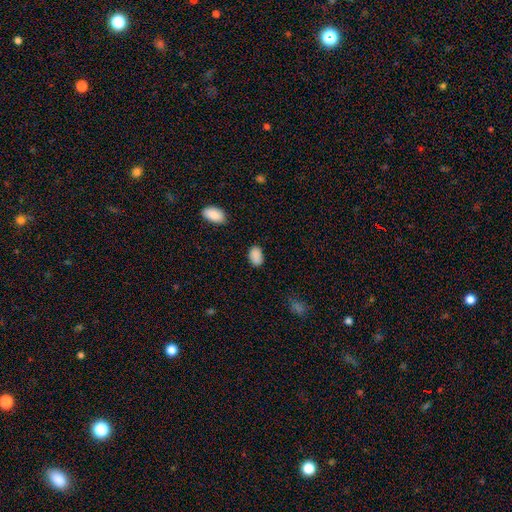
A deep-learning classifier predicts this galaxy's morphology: Smooth or featured: smooth — 88% (star or artifact — 8%)
How rounded: in between — 88% (round — 10%)
Merging: none — 78% (minor disturbance — 16%)